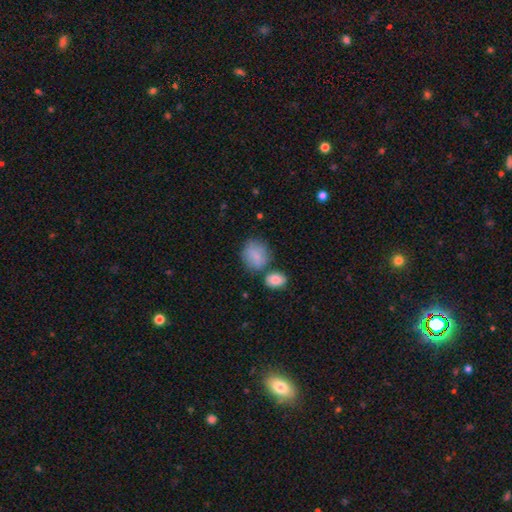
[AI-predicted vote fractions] Smooth or featured? Predicted: smooth (p=0.82). How rounded? Predicted: round (p=0.61). Merging? Predicted: none (p=0.56).